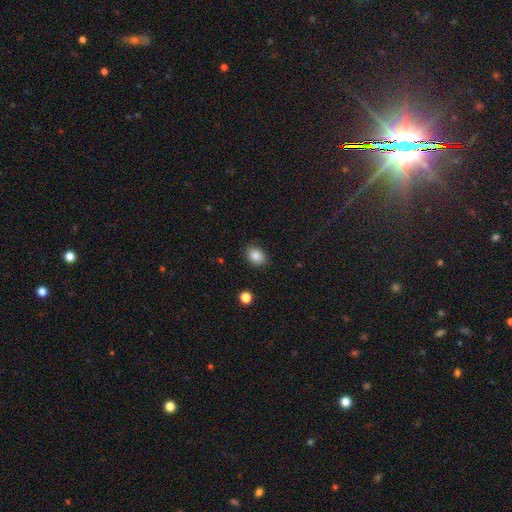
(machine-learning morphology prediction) A smooth galaxy with no disk features (85%) that is in between round and cigar-shaped (64%).

Vote fractions:
- Smooth or featured? smooth: 85% / star or artifact: 9% / featured or disk: 6%
- How rounded? in between: 64% / round: 35% / cigar-shaped: 1%
- Merging? none: 85% / minor disturbance: 11% / major disturbance: 3% / merger: 1%